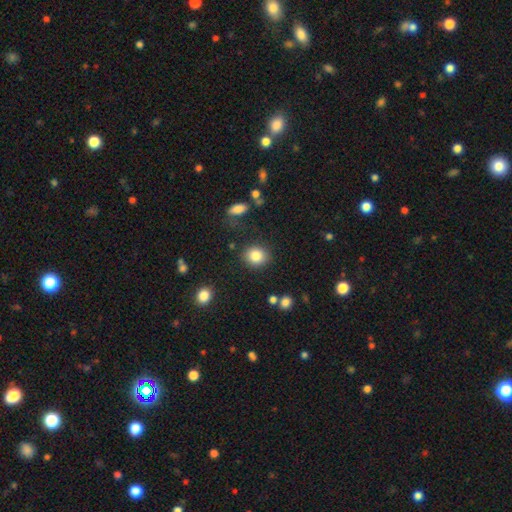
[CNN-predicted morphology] A smooth galaxy with no disk features (85%) that is round (71%). Merging: none (84%).